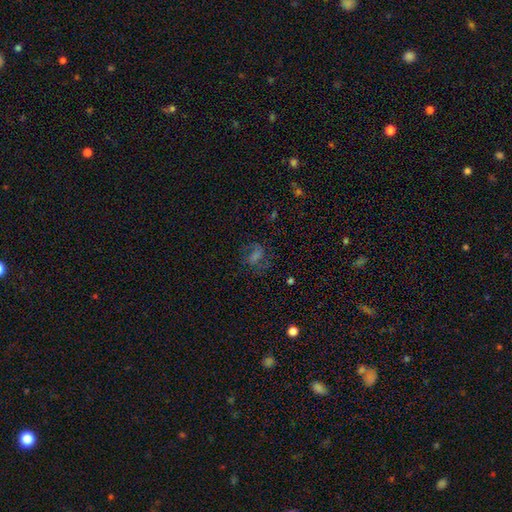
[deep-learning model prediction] The model was most divided on "smooth or featured": featured or disk: 45%, star or artifact: 28%, smooth: 27%. More confident: merging — none (66%).